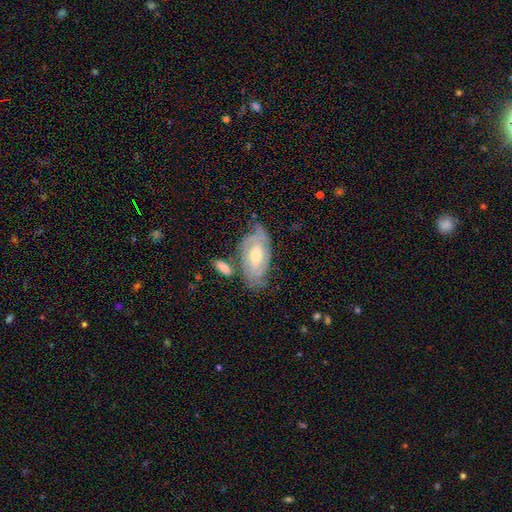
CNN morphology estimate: Overall: featured or disk (76%). Edge-on disk: no (93%). Bar: no (50%; weak 40%). Spiral arms: yes (89%). Spiral arm count: 2 (41%; can't tell 39%). Spiral winding: tight (69%). Bulge size: moderate (65%; small 27%). Merging: none (63%).